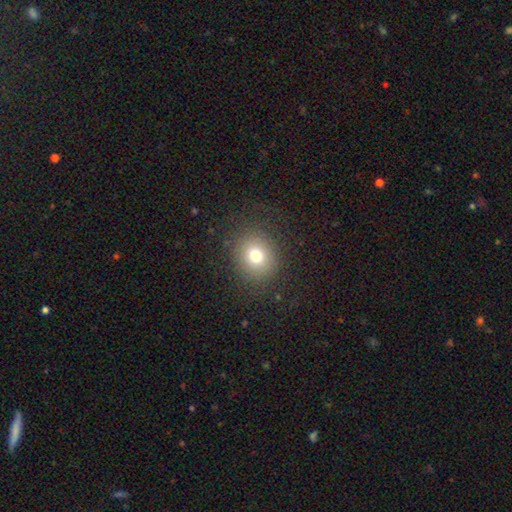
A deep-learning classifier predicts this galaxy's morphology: Smooth or featured: smooth — 75% (star or artifact — 14%)
How rounded: round — 80% (in between — 19%)
Merging: none — 85% (minor disturbance — 8%)